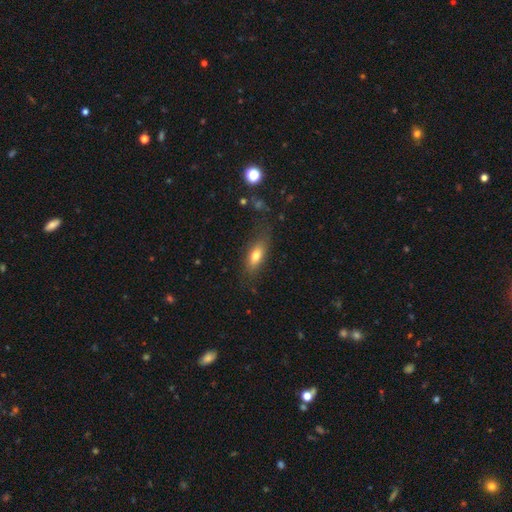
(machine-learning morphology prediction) Q: Smooth or featured?
A: smooth (73%); runner-up: featured or disk (19%)
Q: How rounded?
A: in between (73%); runner-up: cigar-shaped (22%)
Q: Merging?
A: none (71%); runner-up: minor disturbance (19%)